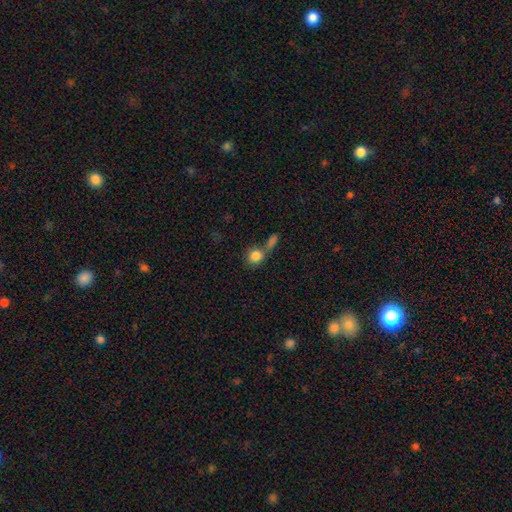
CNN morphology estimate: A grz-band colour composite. It shows a smooth galaxy with no disk features (83%) that is round (74%). Merging: merger (43%).